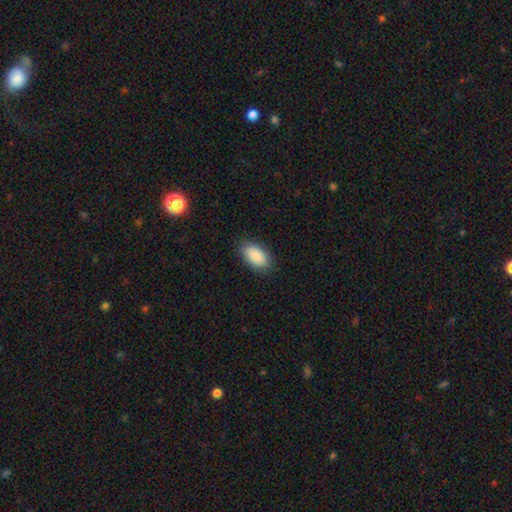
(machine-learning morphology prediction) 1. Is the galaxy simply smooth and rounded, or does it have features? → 90% smooth, 6% star or artifact, 4% featured or disk.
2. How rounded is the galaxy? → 94% in between, 3% cigar-shaped, 3% round.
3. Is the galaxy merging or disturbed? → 87% none, 10% minor disturbance, 2% major disturbance, 1% merger.